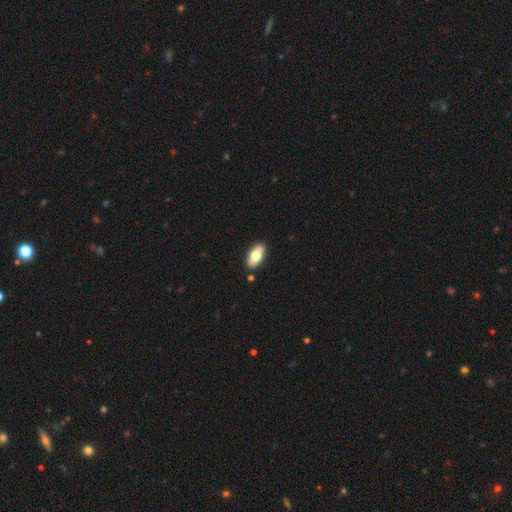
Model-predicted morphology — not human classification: This appears to be a smooth galaxy with no disk features (76%) that is in between round and cigar-shaped (90%). Merging: none (89%).